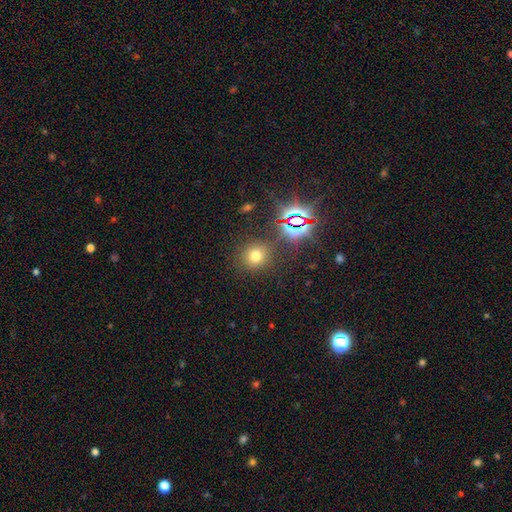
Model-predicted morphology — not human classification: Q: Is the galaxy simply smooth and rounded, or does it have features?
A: smooth — 66%.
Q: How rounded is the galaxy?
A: round — 87%.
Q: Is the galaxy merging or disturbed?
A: none — 84%.